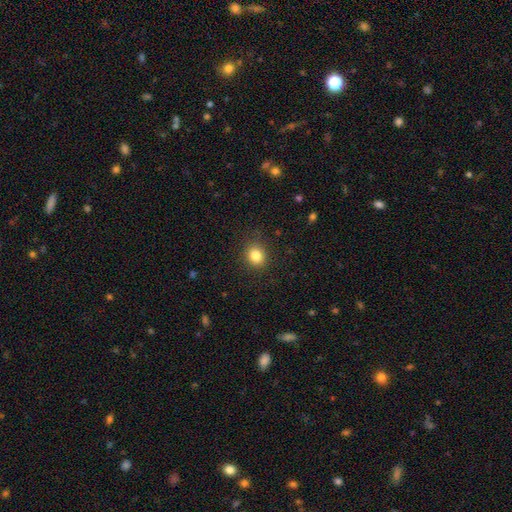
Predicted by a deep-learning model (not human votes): This is clearly a smooth galaxy (83%). How rounded: clearly round (82%). Merging: clearly none (88%).